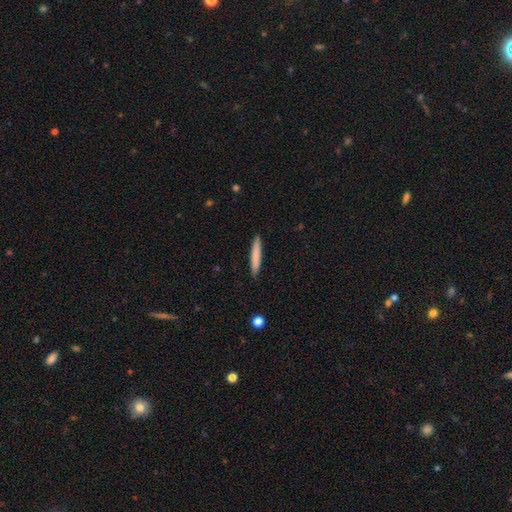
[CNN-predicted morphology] Q: Smooth or featured?
A: smooth (79%); runner-up: featured or disk (15%)
Q: How rounded?
A: cigar-shaped (94%); runner-up: in between (4%)
Q: Merging?
A: none (91%); runner-up: minor disturbance (7%)